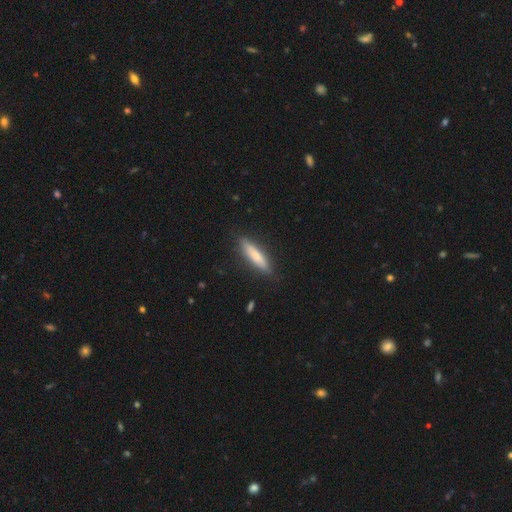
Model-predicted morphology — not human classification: Smooth or featured? smooth (71%)
How rounded? cigar-shaped (81%)
Merging? none (85%)